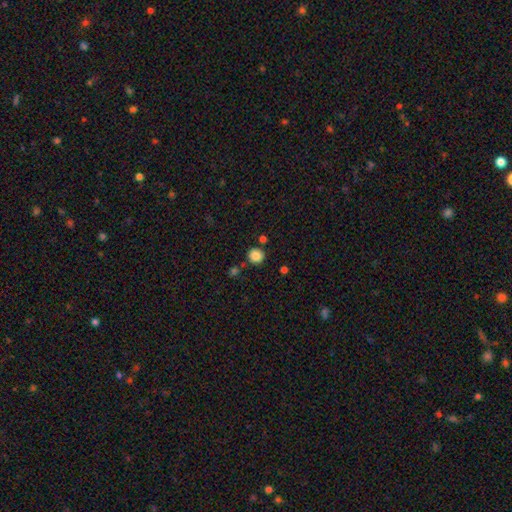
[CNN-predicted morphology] type=smooth (86%); roundness=round (90%); merging=none (82%).